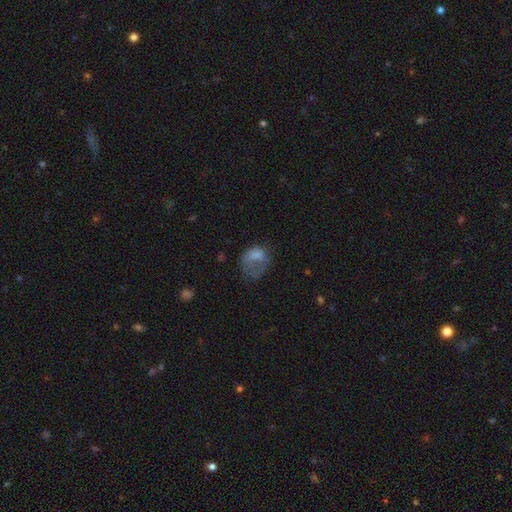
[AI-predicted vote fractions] smooth 63%, featured or disk 26%, star or artifact 11%. Down the decision tree: how rounded — in between (60%); merging — major disturbance (53%).